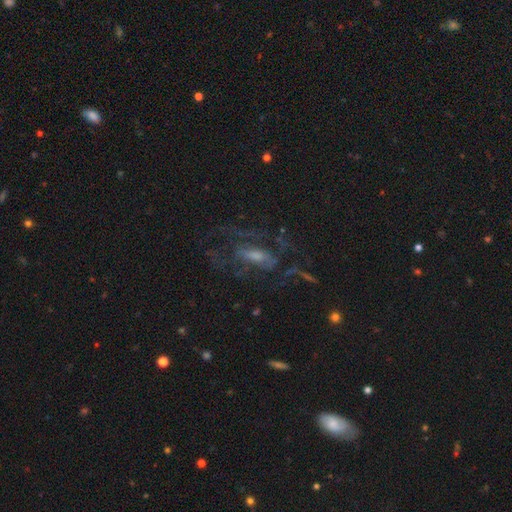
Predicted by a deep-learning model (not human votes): Morphology: type=featured or disk (67%); edge-on=no (88%); bar=no (42%); spiral arms=yes (66%); bulge=moderate (40%); merging=none (45%).